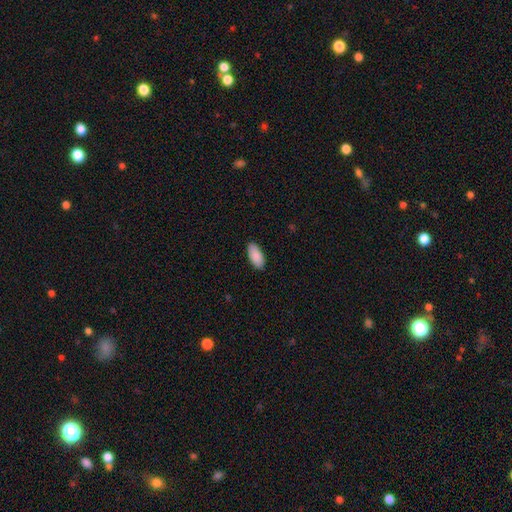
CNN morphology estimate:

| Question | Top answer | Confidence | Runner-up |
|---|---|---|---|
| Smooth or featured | smooth | 90% | star or artifact (6%) |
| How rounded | in between | 93% | cigar-shaped (5%) |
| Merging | none | 88% | minor disturbance (9%) |